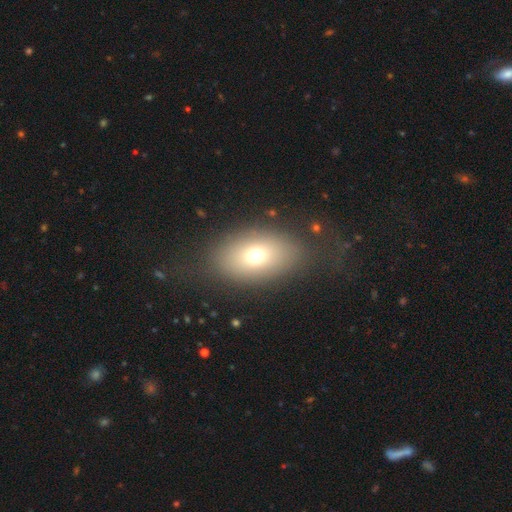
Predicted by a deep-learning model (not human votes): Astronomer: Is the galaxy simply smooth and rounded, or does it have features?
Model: smooth — 70%.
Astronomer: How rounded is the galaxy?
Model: in between — 83%.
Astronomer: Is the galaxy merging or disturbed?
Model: none — 72%.